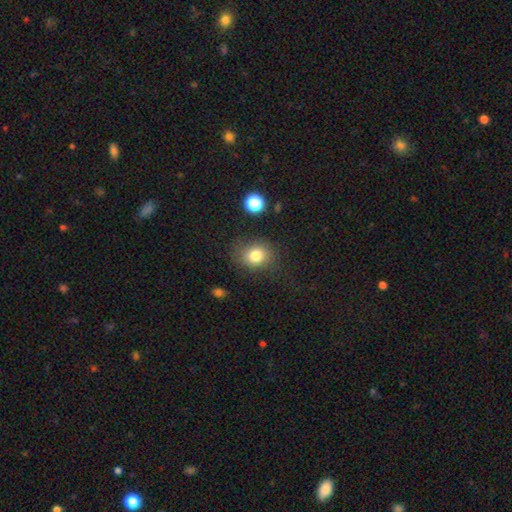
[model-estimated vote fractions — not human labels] This is clearly a smooth galaxy (81%). How rounded: likely round (66%). Merging: likely none (79%).